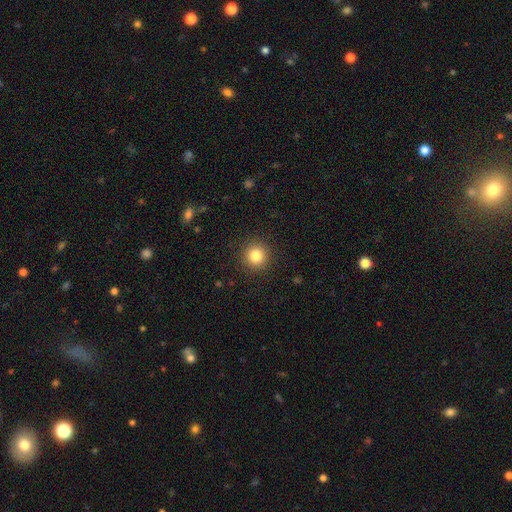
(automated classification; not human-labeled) Morphology: type=smooth (84%); roundness=round (94%); merging=none (91%).